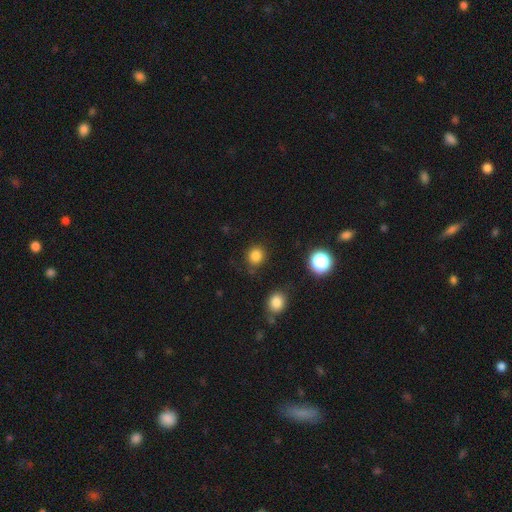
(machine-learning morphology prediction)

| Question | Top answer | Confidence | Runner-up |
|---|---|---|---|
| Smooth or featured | smooth | 83% | star or artifact (13%) |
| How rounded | round | 87% | in between (12%) |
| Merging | none | 84% | minor disturbance (10%) |